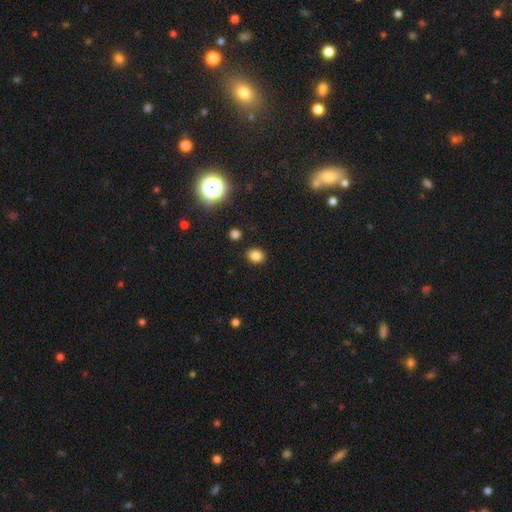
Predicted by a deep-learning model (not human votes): Smooth or featured: smooth — 81% (star or artifact — 14%)
How rounded: round — 51% (in between — 48%)
Merging: none — 87% (minor disturbance — 8%)